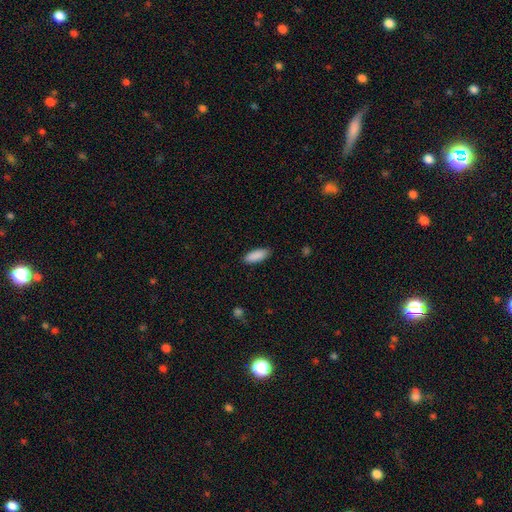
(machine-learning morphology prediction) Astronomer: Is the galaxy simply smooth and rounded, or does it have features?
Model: smooth — 90%.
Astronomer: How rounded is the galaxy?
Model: in between — 69%.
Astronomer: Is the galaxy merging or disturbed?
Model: none — 88%.